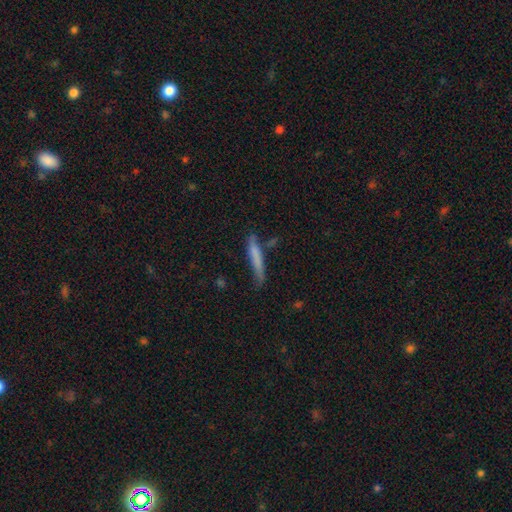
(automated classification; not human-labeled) Smooth or featured? Predicted: smooth (p=0.69). How rounded? Predicted: cigar-shaped (p=0.92). Merging? Predicted: none (p=0.59).